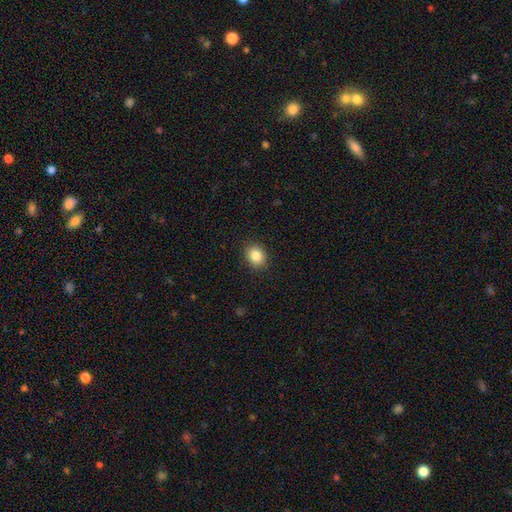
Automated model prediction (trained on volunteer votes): The model was most divided on "how rounded": round: 54%, in between: 45%, cigar-shaped: 1%. More confident: merging — none (90%); smooth or featured — smooth (85%).